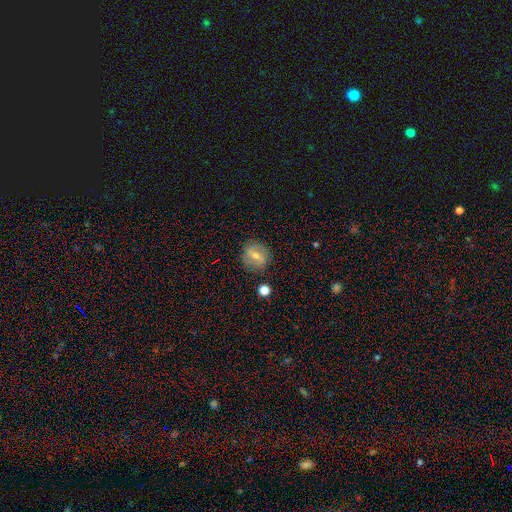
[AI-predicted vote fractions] A smooth galaxy with no disk features (50%) that is round (81%). Merging: none (83%).